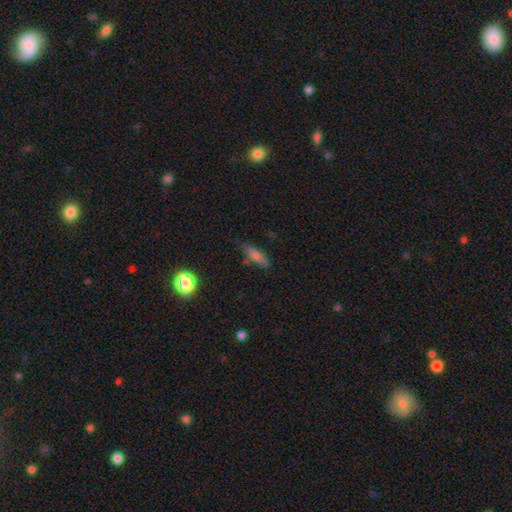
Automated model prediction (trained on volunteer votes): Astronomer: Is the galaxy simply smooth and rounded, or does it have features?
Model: smooth — 72%.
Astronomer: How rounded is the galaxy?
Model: in between — 51% (runner-up: cigar-shaped, 46%).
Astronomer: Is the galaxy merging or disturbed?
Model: none — 74%.